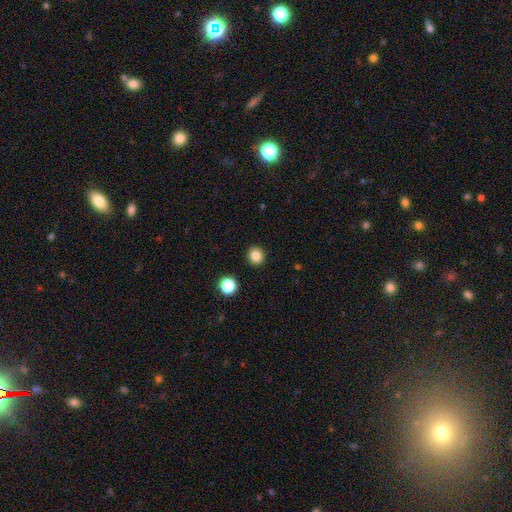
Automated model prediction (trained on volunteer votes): Smooth or featured? smooth (84%)
How rounded? round (90%)
Merging? none (92%)